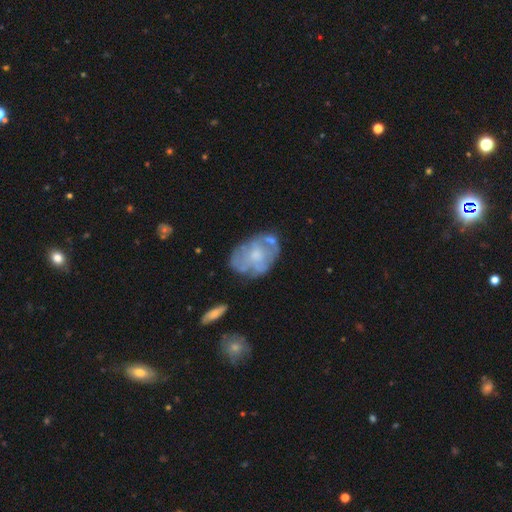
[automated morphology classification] Smooth or featured?
  - featured or disk: 60% *
  - smooth: 32%
  - star or artifact: 7%
Edge-on disk?
  - no: 96% *
  - yes: 4%
Bar?
  - no: 81% *
  - weak: 16%
  - strong: 3%
Spiral arms?
  - no: 66% *
  - yes: 34%
Bulge size?
  - moderate: 47% *
  - small: 32%
  - none: 13%
  - large: 6%
  - dominant: 1%
Merging?
  - none: 54% *
  - minor disturbance: 24%
  - major disturbance: 13%
  - merger: 9%